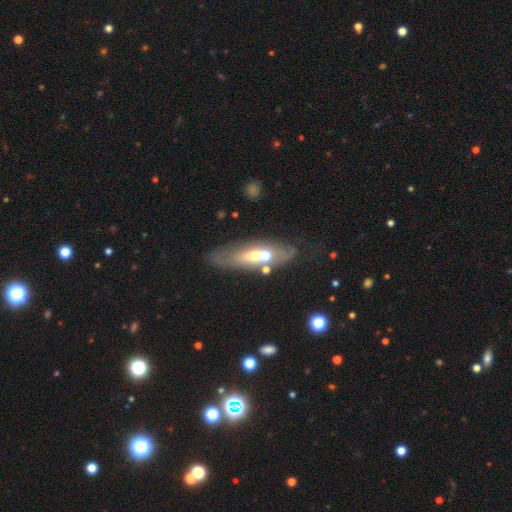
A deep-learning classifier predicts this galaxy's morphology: smooth_or_featured: featured or disk (p=0.49) [alt: smooth p=0.40]
merging: none (p=0.46) [alt: merger p=0.26]